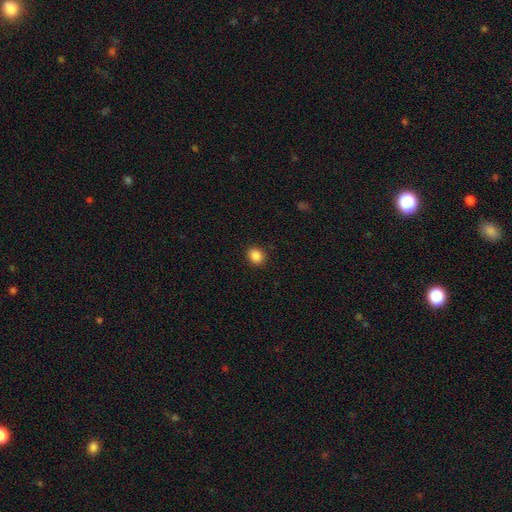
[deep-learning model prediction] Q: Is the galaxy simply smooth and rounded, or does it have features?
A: smooth — 87%.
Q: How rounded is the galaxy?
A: round — 74%.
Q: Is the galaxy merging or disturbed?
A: none — 90%.